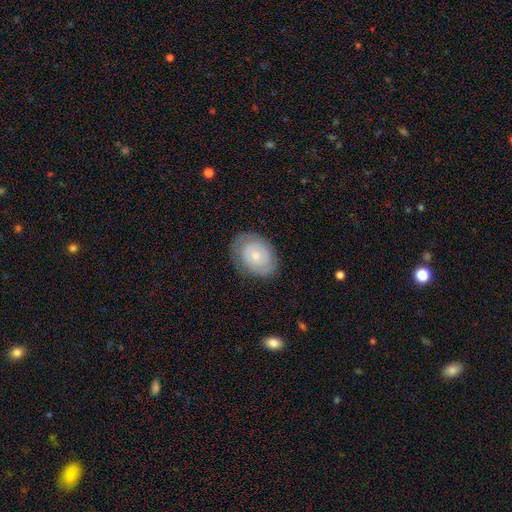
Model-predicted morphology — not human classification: smooth-or-featured: featured or disk: 64% | smooth: 30% | star or artifact: 6%
  disk-edge-on: no: 97% | yes: 3%
    bar: no: 79% | weak: 18% | strong: 3%
    has-spiral-arms: yes: 79% | no: 21%
    bulge-size: small: 56% | moderate: 40% | large: 2% | none: 2% | dominant: 1%
  merging: none: 78% | minor disturbance: 16% | major disturbance: 5% | merger: 1%